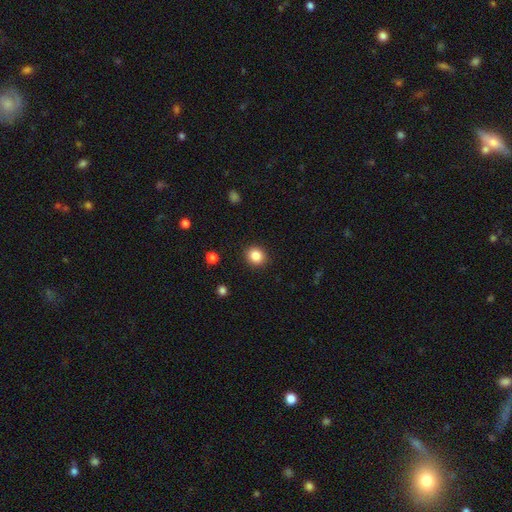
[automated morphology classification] Overall: smooth (85%). How rounded: round (78%). Merging: none (91%).